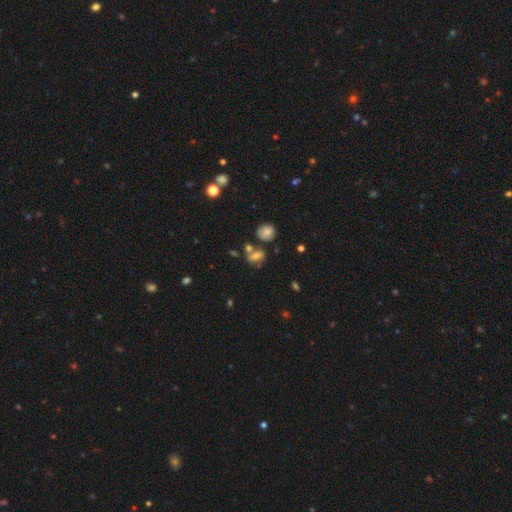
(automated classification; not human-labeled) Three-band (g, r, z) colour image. It shows a smooth galaxy with no disk features (61%) that is in between round and cigar-shaped (65%). Merging: none (48%).